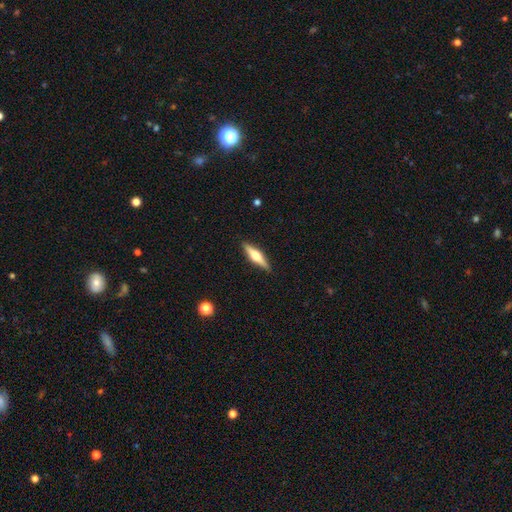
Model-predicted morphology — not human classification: This appears to be a featured or disk galaxy (59%) viewed edge-on (96%) with a rounded central bulge (93%). Merging: none (90%).